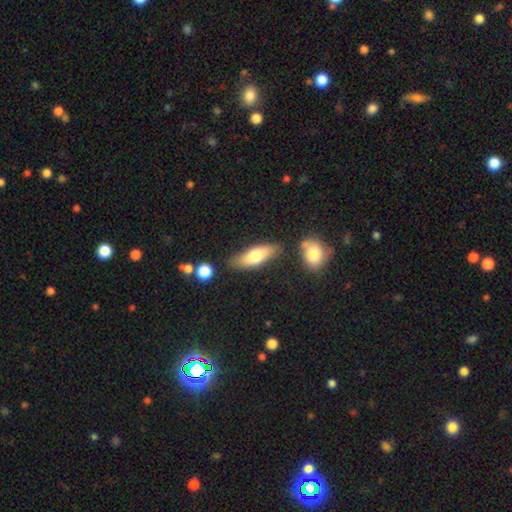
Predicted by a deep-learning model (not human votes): This appears to be a smooth galaxy with no disk features (68%) that is in between round and cigar-shaped (61%). Merging: none (79%).